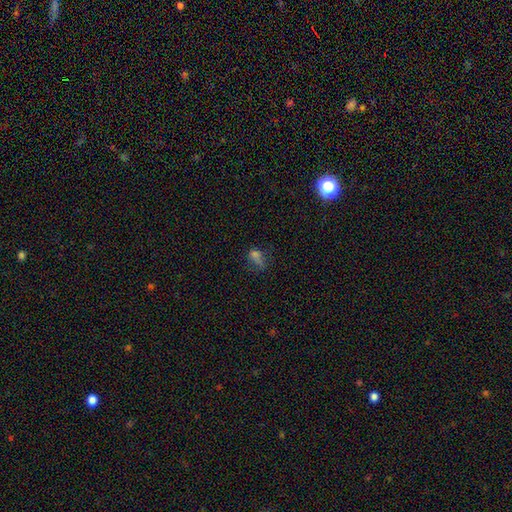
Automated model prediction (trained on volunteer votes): A smooth galaxy with no disk features (51%) that is in between round and cigar-shaped (63%). Merging: none (40%).